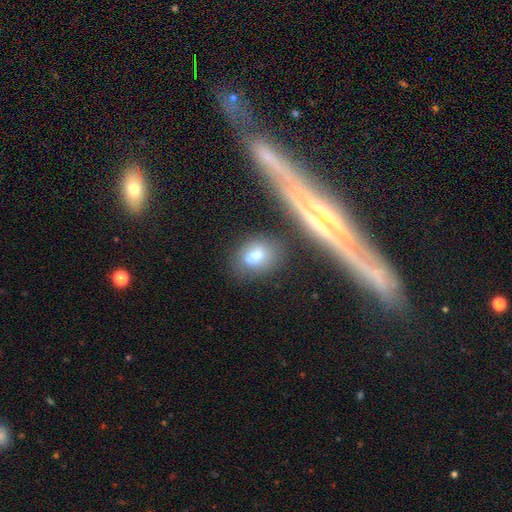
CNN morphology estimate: This is likely a smooth galaxy (74%). How rounded: likely in between (61%). Merging: possibly none (60%).